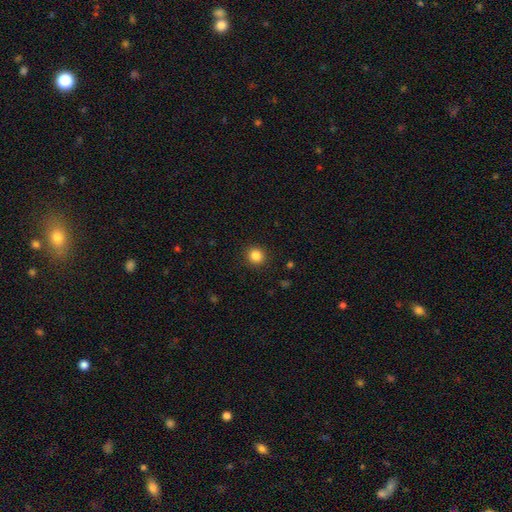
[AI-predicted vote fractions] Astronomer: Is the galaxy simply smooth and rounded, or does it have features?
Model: smooth — 85%.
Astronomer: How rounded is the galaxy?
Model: round — 92%.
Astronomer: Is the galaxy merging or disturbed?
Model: none — 91%.